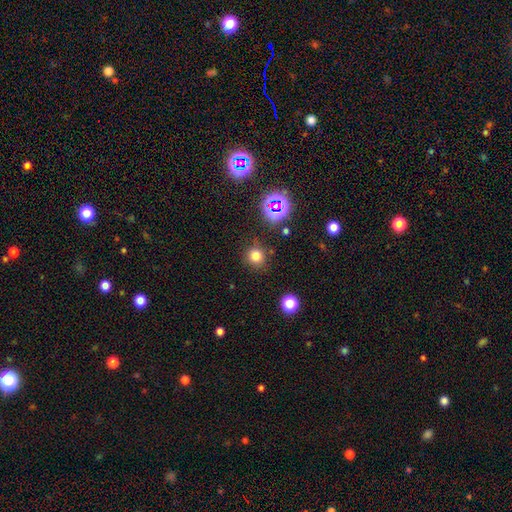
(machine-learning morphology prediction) Smooth or featured: smooth — 74% (star or artifact — 20%)
How rounded: round — 91% (in between — 8%)
Merging: none — 83% (minor disturbance — 10%)